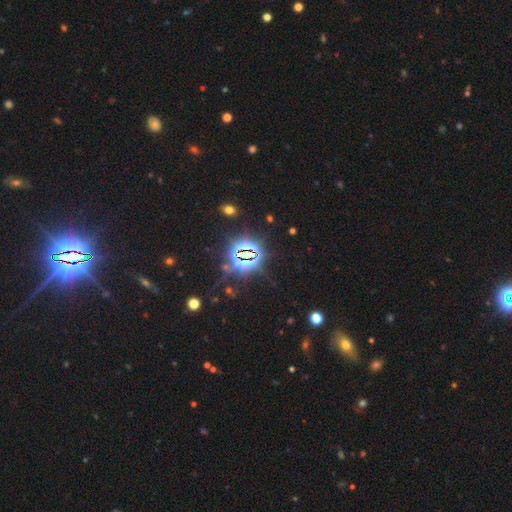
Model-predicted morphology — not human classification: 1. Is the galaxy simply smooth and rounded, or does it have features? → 83% star or artifact, 9% smooth, 8% featured or disk.